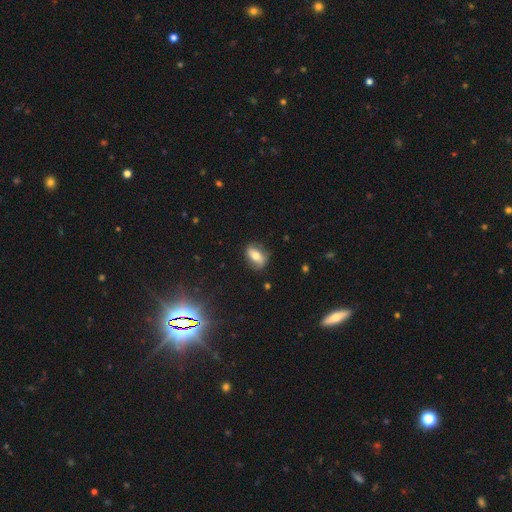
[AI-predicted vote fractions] Smooth or featured? smooth (60%)
How rounded? in between (81%)
Merging? none (75%)